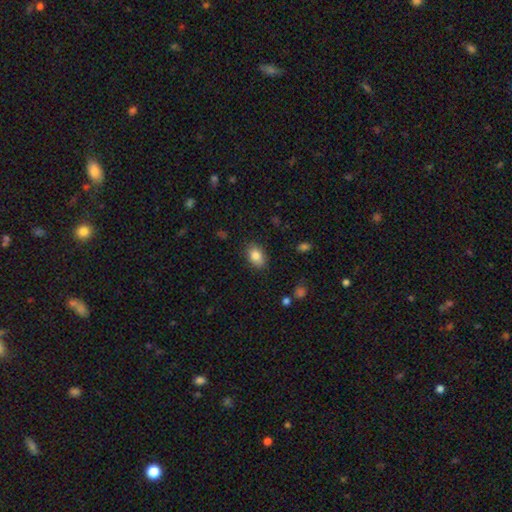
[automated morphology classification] A smooth galaxy with no disk features (85%) that is in between round and cigar-shaped (84%).

Vote fractions:
- Smooth or featured? smooth: 85% / star or artifact: 8% / featured or disk: 7%
- How rounded? in between: 84% / round: 15% / cigar-shaped: 1%
- Merging? none: 84% / minor disturbance: 12% / major disturbance: 3% / merger: 1%